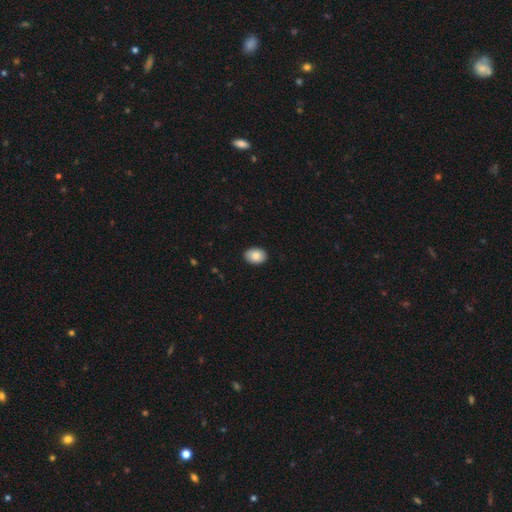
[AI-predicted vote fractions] smooth-or-featured: smooth: 85% | featured or disk: 8% | star or artifact: 7%
  how-rounded: in between: 78% | round: 21% | cigar-shaped: 1%
  merging: none: 90% | minor disturbance: 8% | major disturbance: 2% | merger: 1%